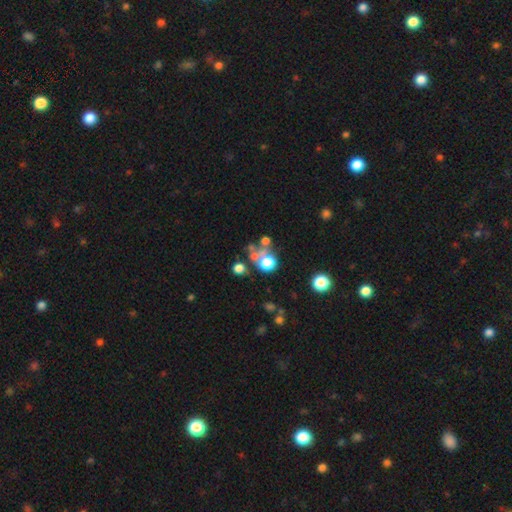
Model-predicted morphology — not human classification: This appears to be a smooth galaxy with no disk features (56%) that is round (79%). Merging: none (41%).